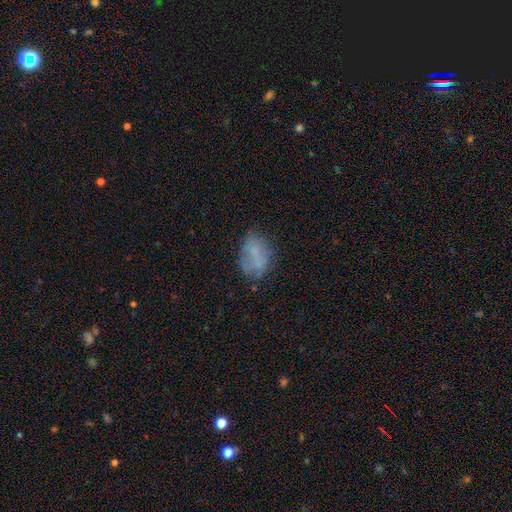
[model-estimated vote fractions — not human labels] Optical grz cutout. It shows a smooth galaxy with no disk features (57%) that is in between round and cigar-shaped (77%). Merging: none (57%).